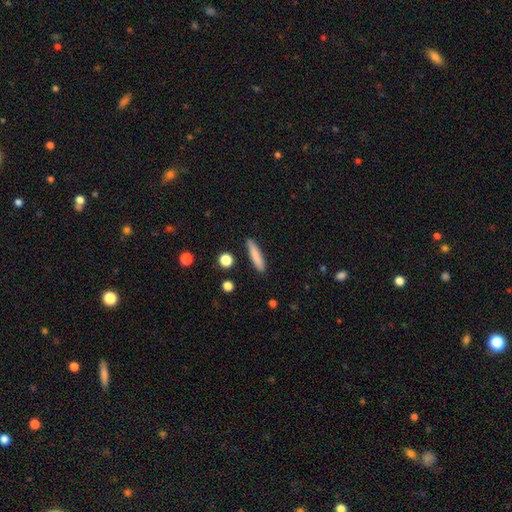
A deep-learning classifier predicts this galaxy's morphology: Q: Smooth or featured?
A: smooth (82%); runner-up: featured or disk (12%)
Q: How rounded?
A: cigar-shaped (85%); runner-up: in between (14%)
Q: Merging?
A: none (87%); runner-up: minor disturbance (9%)